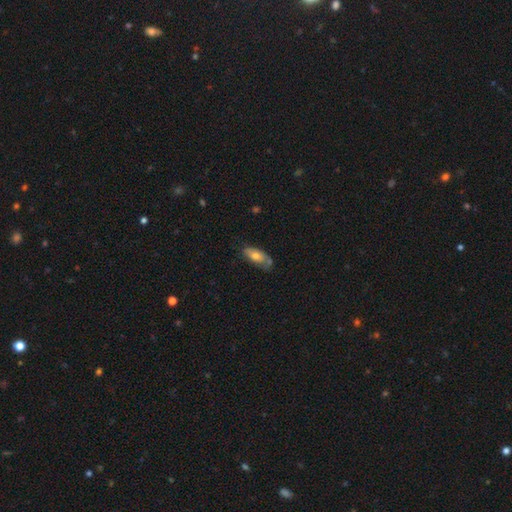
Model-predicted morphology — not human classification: Smooth or featured?
  - smooth: 57% *
  - featured or disk: 34%
  - star or artifact: 9%
How rounded?
  - in between: 81% *
  - cigar-shaped: 16%
  - round: 3%
Merging?
  - none: 61% *
  - minor disturbance: 26%
  - major disturbance: 7%
  - merger: 6%